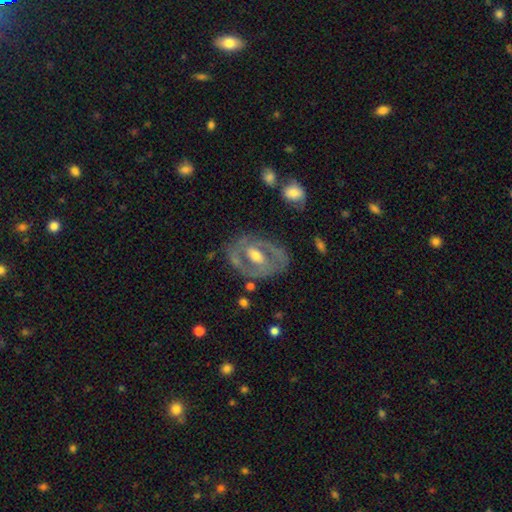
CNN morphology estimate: smooth-or-featured: featured or disk: 74% | smooth: 20% | star or artifact: 6%
  disk-edge-on: no: 95% | yes: 5%
    bar: no: 41% | weak: 38% | strong: 21%
    has-spiral-arms: yes: 50% (tied) | no: 50% (tied)
    bulge-size: moderate: 66% | small: 17% | large: 14% | none: 2% | dominant: 1%
  merging: none: 70% | minor disturbance: 18% | major disturbance: 10% | merger: 3%